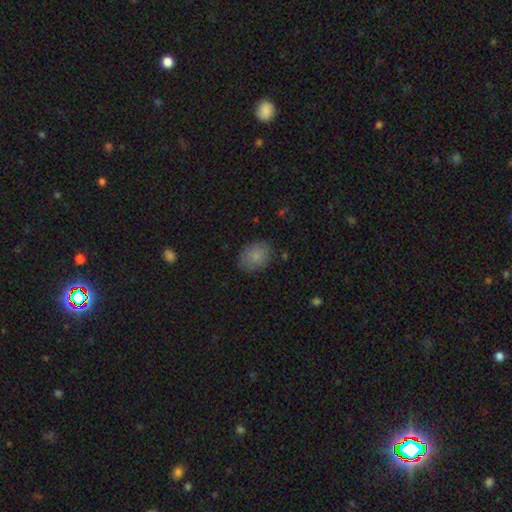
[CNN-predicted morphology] A smooth galaxy with no disk features (84%) that is in between round and cigar-shaped (61%).

Vote fractions:
- Smooth or featured? smooth: 84% / star or artifact: 8% / featured or disk: 7%
- How rounded? in between: 61% / round: 38% / cigar-shaped: 1%
- Merging? none: 81% / minor disturbance: 14% / major disturbance: 3% / merger: 1%